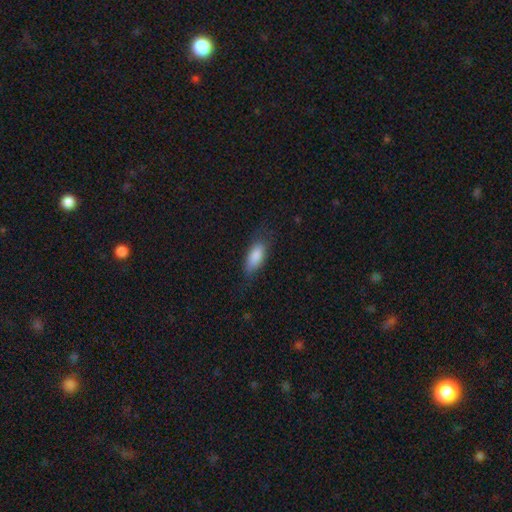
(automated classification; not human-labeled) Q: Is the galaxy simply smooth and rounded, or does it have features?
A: smooth — 82%.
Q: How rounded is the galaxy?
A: in between — 76%.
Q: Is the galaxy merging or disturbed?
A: none — 69%.